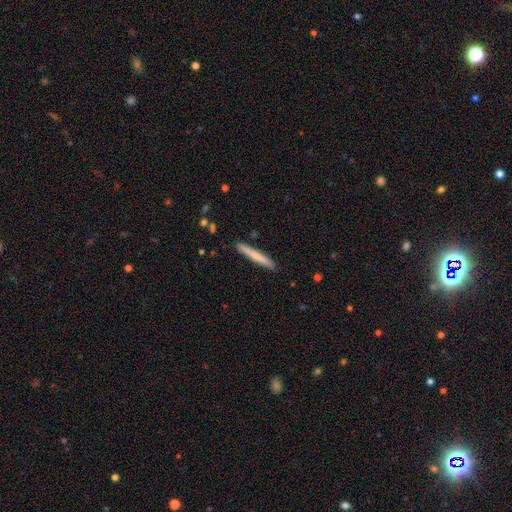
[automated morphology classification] The model was most divided on "smooth or featured": smooth: 69%, featured or disk: 26%, star or artifact: 5%. More confident: how rounded — cigar-shaped (96%); merging — none (91%).